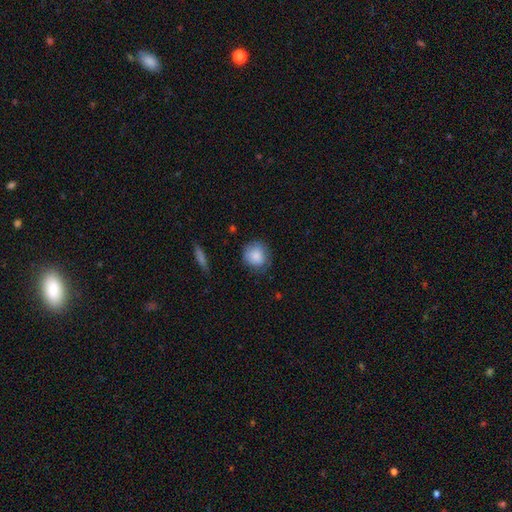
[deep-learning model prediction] Smooth or featured: smooth — 85% (featured or disk — 8%)
How rounded: round — 85% (in between — 14%)
Merging: none — 71% (minor disturbance — 22%)